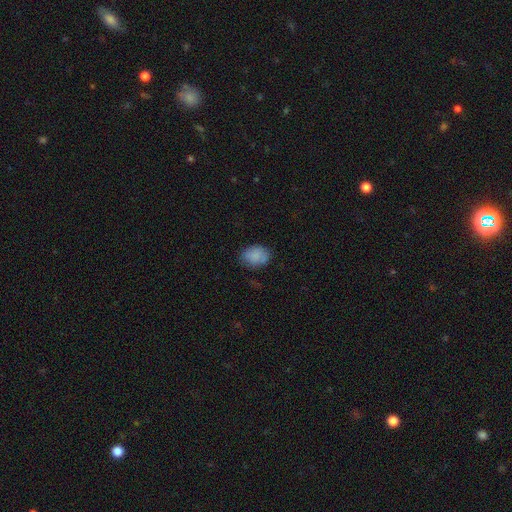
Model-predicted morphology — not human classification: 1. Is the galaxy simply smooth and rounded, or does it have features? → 84% smooth, 8% star or artifact, 8% featured or disk.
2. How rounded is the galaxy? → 69% in between, 30% round, 1% cigar-shaped.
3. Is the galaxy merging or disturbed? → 72% none, 21% minor disturbance, 5% major disturbance, 2% merger.